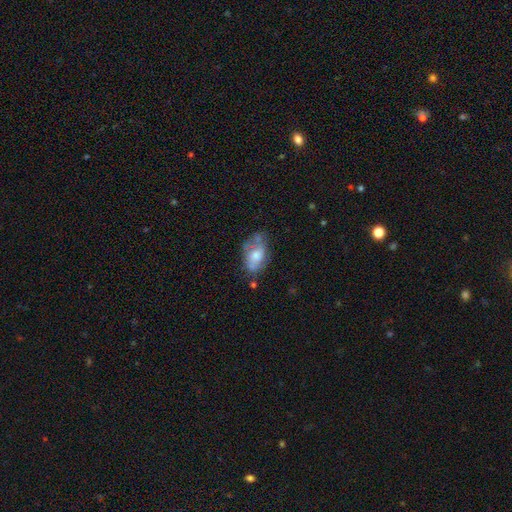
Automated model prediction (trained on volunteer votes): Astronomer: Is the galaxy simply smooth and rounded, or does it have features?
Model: featured or disk — 49% (runner-up: smooth, 44%).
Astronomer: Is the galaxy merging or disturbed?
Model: none — 45% (runner-up: minor disturbance, 31%).